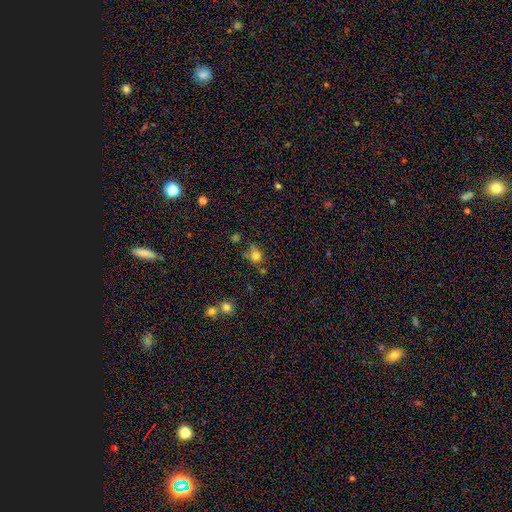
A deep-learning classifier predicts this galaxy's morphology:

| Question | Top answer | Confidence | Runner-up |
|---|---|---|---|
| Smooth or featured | smooth | 76% | star or artifact (15%) |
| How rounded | round | 74% | in between (24%) |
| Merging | none | 59% | minor disturbance (20%) |